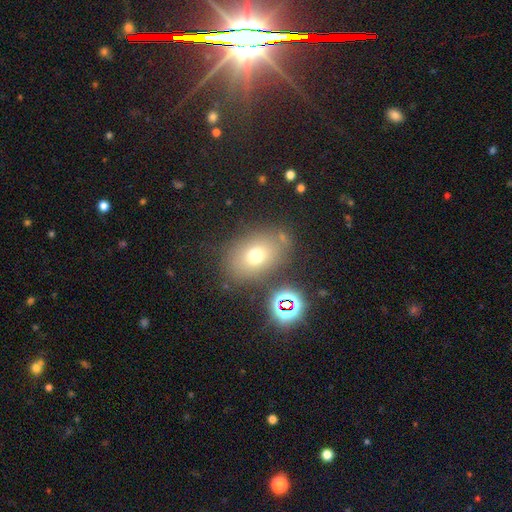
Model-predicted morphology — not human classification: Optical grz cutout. It shows a smooth galaxy with no disk features (68%) that is in between round and cigar-shaped (69%). Merging: none (75%).